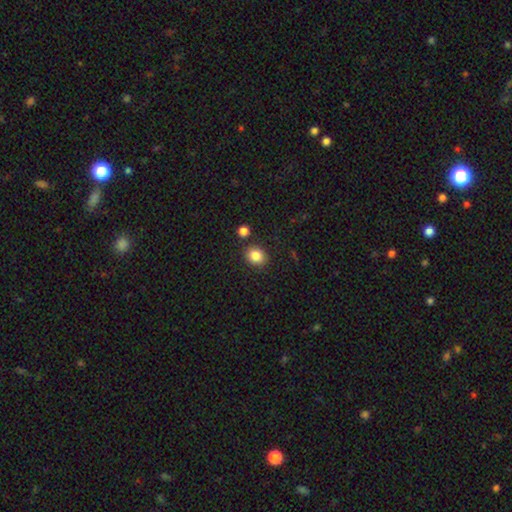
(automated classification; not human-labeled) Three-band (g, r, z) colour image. It shows a smooth galaxy with no disk features (85%) that is round (59%). Merging: none (84%).